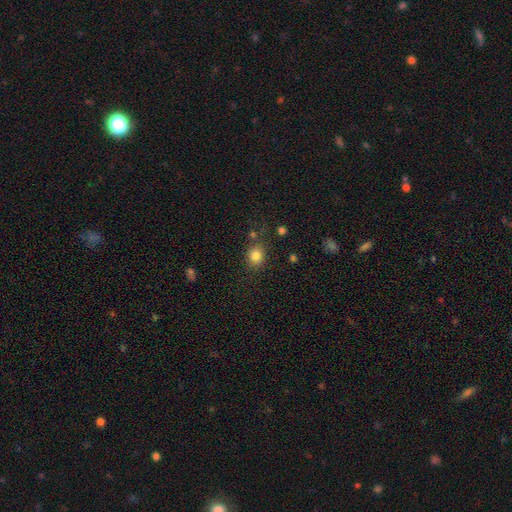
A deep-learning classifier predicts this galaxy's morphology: A smooth galaxy with no disk features (82%) that is round (73%). Merging: none (76%).